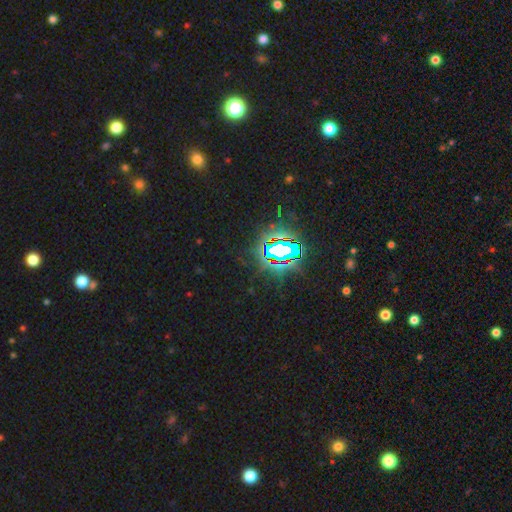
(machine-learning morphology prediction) Smooth or featured?
  - star or artifact: 81% *
  - smooth: 11%
  - featured or disk: 8%